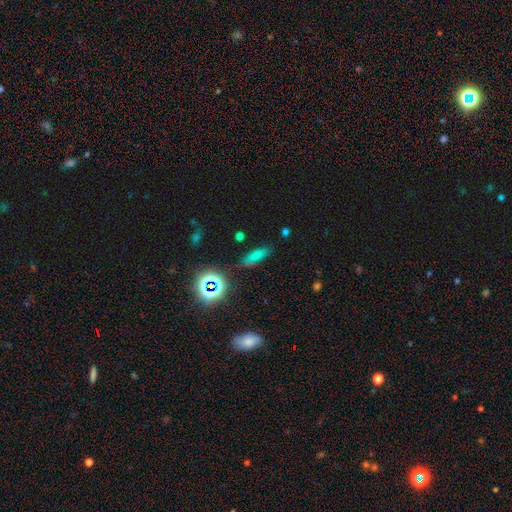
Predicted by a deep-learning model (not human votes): Smooth or featured? smooth (62%)
How rounded? in between (56%)
Merging? none (70%)